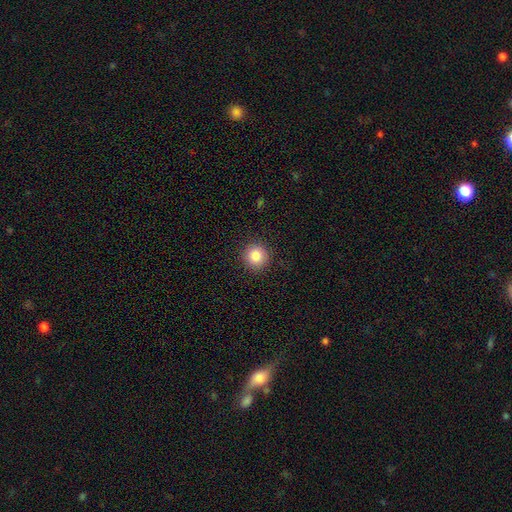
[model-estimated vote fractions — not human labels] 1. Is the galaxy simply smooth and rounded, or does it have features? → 85% smooth, 10% star or artifact, 5% featured or disk.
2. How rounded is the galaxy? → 93% round, 6% in between, 1% cigar-shaped.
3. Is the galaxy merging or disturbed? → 91% none, 6% minor disturbance, 2% major disturbance, 1% merger.